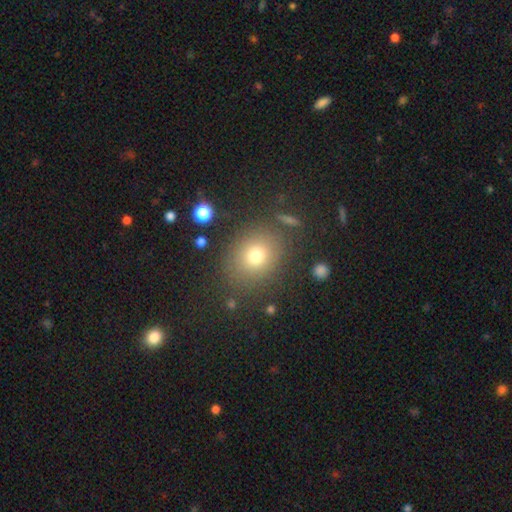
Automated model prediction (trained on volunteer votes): Smooth or featured: smooth — 75% (star or artifact — 15%)
How rounded: round — 65% (in between — 34%)
Merging: none — 82% (minor disturbance — 10%)